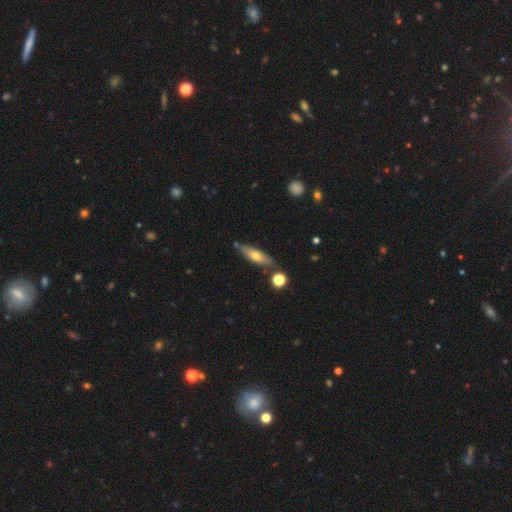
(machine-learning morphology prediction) Smooth or featured? Predicted: smooth (p=0.53). How rounded? Predicted: cigar-shaped (p=0.57). Merging? Predicted: none (p=0.75).